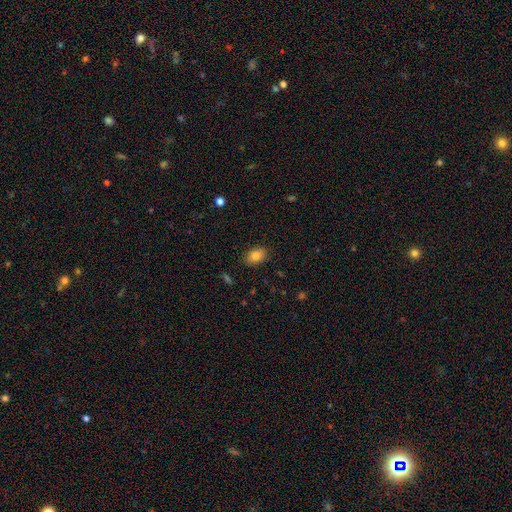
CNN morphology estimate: The model was most divided on "how rounded": in between: 83%, round: 16%, cigar-shaped: 1%. More confident: merging — none (88%); smooth or featured — smooth (84%).